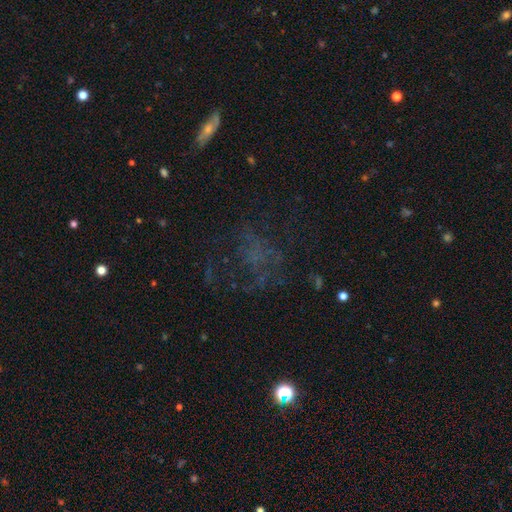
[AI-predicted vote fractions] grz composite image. It shows a featured or disk galaxy (39%). Merging: none (52%).